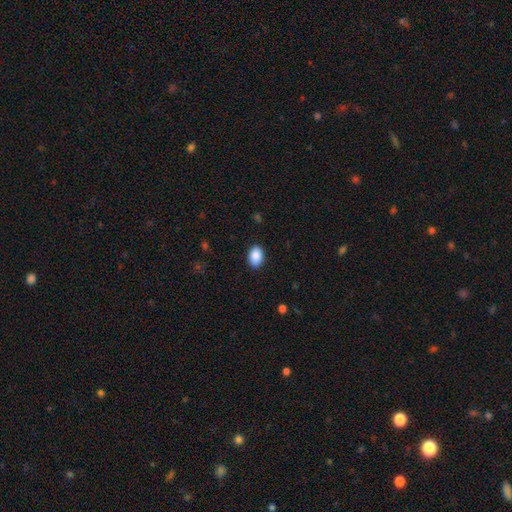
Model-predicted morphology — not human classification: The model was most divided on "how rounded": in between: 85%, round: 14%, cigar-shaped: 1%. More confident: smooth or featured — smooth (89%); merging — none (88%).